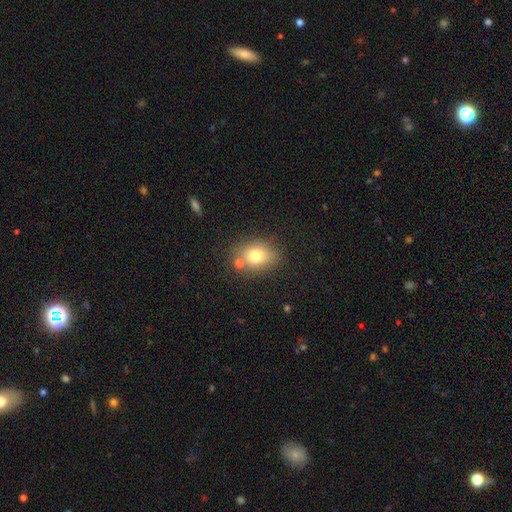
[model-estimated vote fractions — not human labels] Overall: smooth (74%). How rounded: in between (57%; round 42%). Merging: none (69%).